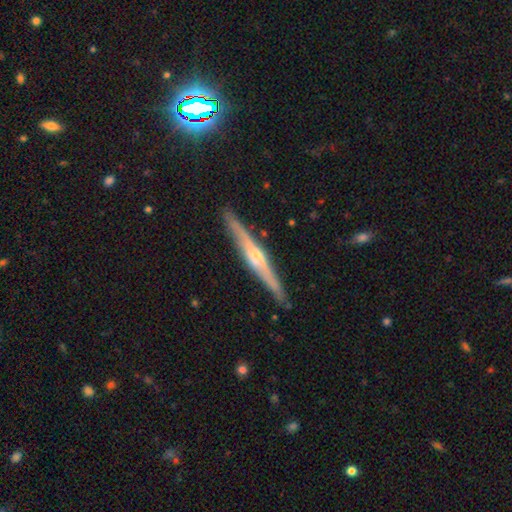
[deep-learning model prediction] A featured or disk galaxy (76%) viewed edge-on (97%) with a rounded central bulge (72%).

Vote fractions:
- Smooth or featured? featured or disk: 76% / smooth: 19% / star or artifact: 5%
- Edge-on disk? yes: 97% / no: 3%
- Edge-on bulge? rounded: 72% / none: 15% / boxy: 12%
- Merging? none: 90% / minor disturbance: 8% / major disturbance: 2% / merger: 1%